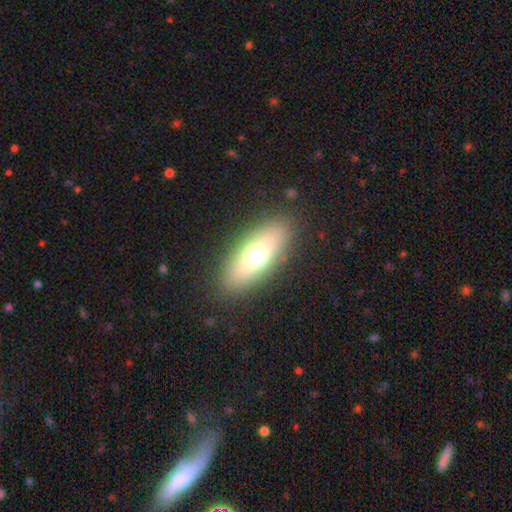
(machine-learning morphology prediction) smooth 61%, featured or disk 28%, star or artifact 12%. Down the decision tree: how rounded — in between (71%); merging — none (87%).